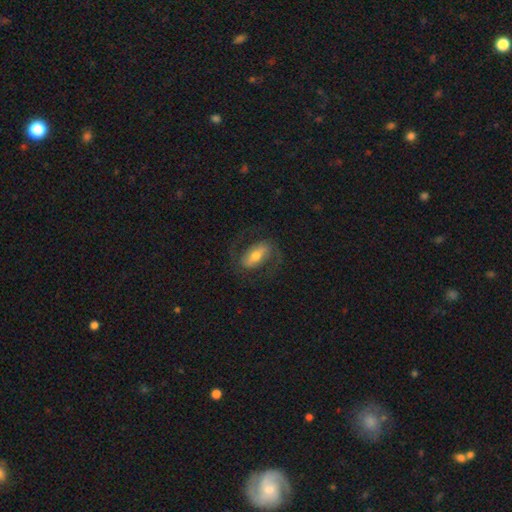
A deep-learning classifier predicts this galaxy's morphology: featured or disk 70%, smooth 23%, star or artifact 6%. Down the decision tree: edge-on disk — no (93%); bar — strong (53%); spiral arms — yes (85%); spiral arm count — 2 (89%); spiral winding — medium (50%); bulge size — moderate (63%); merging — none (72%).